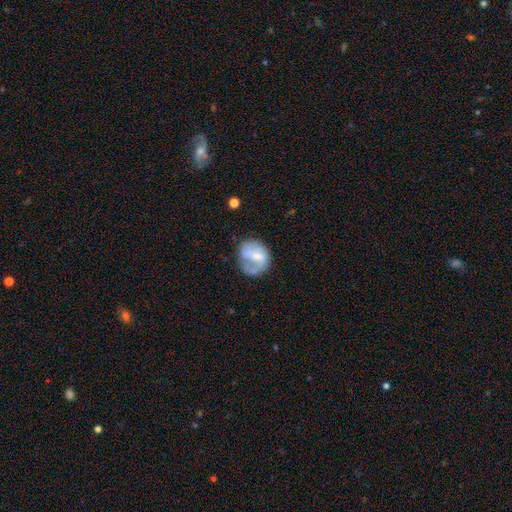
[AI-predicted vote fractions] A featured or disk galaxy (51%).

Vote fractions:
- Smooth or featured? featured or disk: 51% / smooth: 42% / star or artifact: 7%
- Edge-on disk? no: 97% / yes: 3%
- Merging? none: 47% / minor disturbance: 27% / major disturbance: 22% / merger: 5%